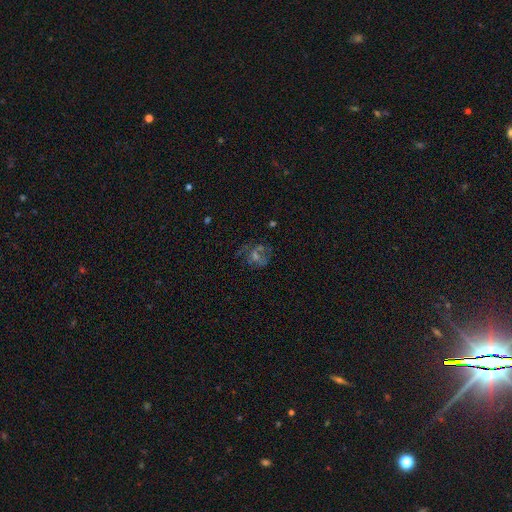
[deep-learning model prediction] Q: Smooth or featured?
A: featured or disk (45%); runner-up: star or artifact (31%)
Q: Merging?
A: none (58%); runner-up: major disturbance (18%)